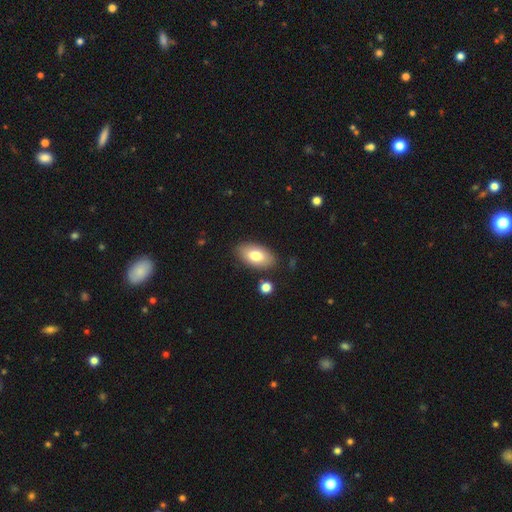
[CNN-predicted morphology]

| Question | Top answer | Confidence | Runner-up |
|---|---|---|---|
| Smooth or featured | smooth | 79% | featured or disk (14%) |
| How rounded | in between | 94% | round (3%) |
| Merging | none | 84% | minor disturbance (10%) |